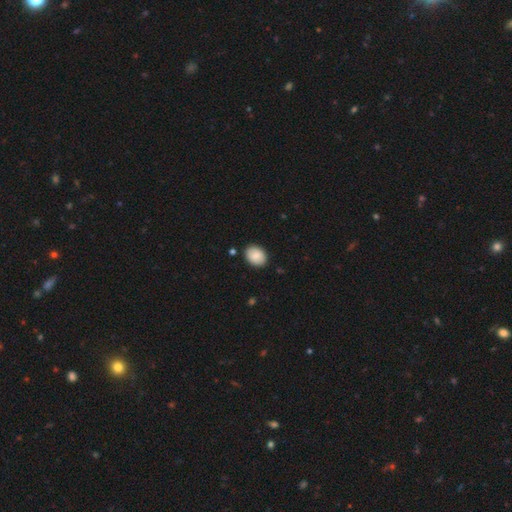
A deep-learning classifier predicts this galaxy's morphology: smooth_or_featured: smooth (p=0.85) [alt: featured or disk p=0.08]
how_rounded: in between (p=0.64) [alt: round p=0.35]
merging: none (p=0.88) [alt: minor disturbance p=0.09]